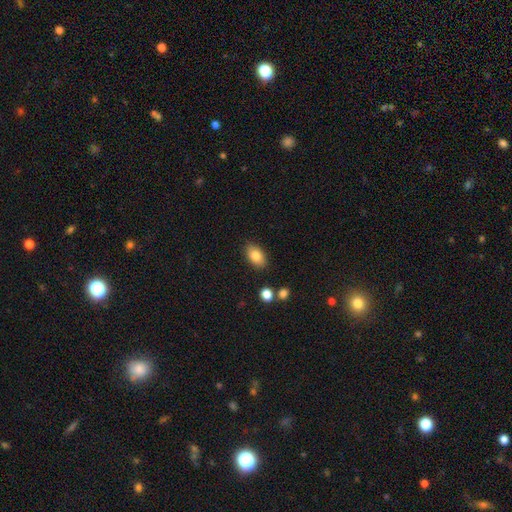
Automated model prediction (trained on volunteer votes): Overall: smooth (83%). How rounded: in between (90%). Merging: none (86%).